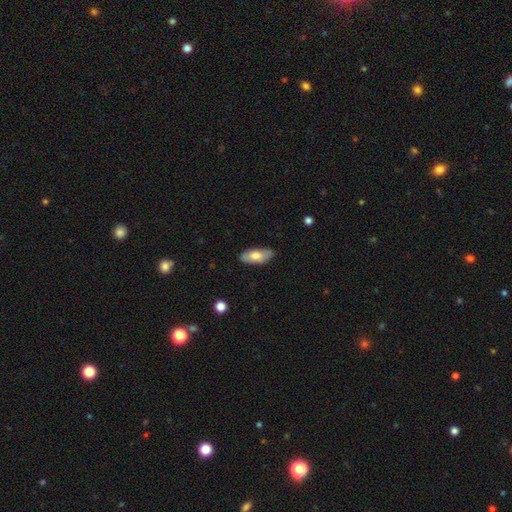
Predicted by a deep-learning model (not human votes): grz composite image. It shows a smooth galaxy with no disk features (67%) that is in between round and cigar-shaped (87%). Merging: none (83%).